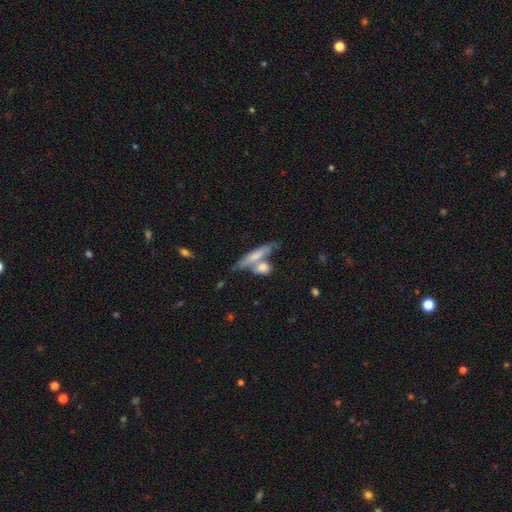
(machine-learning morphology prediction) smooth_or_featured: smooth (p=0.61) [alt: featured or disk p=0.32]
how_rounded: cigar-shaped (p=0.67) [alt: in between p=0.27]
merging: none (p=0.41) [tied with: merger p=0.41]